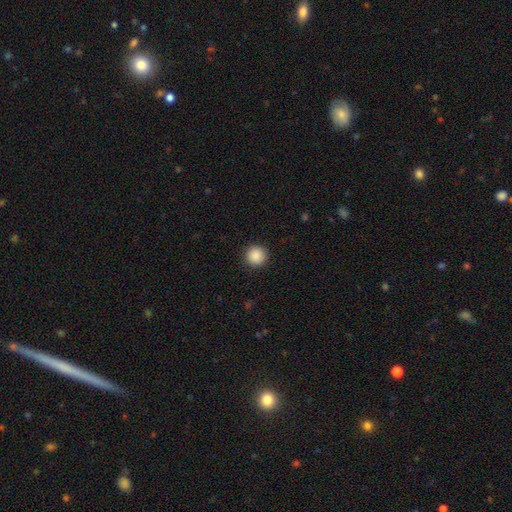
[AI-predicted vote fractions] smooth 89%, star or artifact 8%, featured or disk 3%. Down the decision tree: how rounded — round (95%); merging — none (92%).